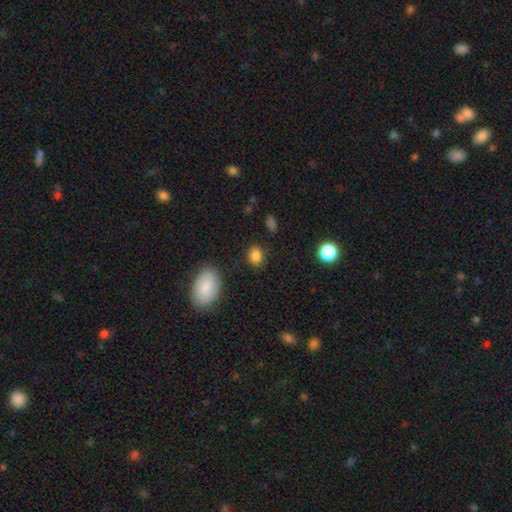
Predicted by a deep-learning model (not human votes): Overall: smooth (85%). How rounded: round (49%, tied with in between). Merging: none (84%).